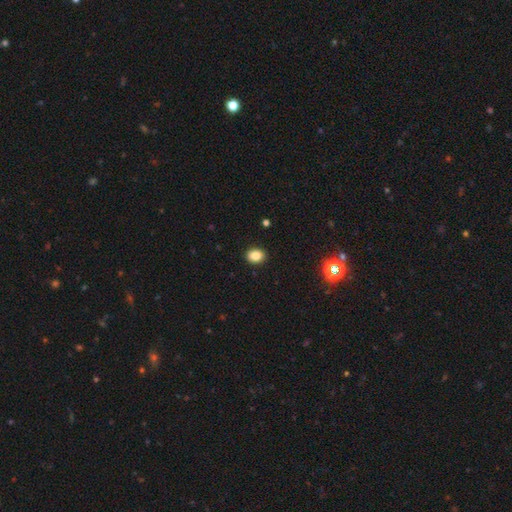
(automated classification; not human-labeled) Smooth or featured: smooth — 84% (star or artifact — 10%)
How rounded: in between — 55% (round — 44%)
Merging: none — 91% (minor disturbance — 6%)